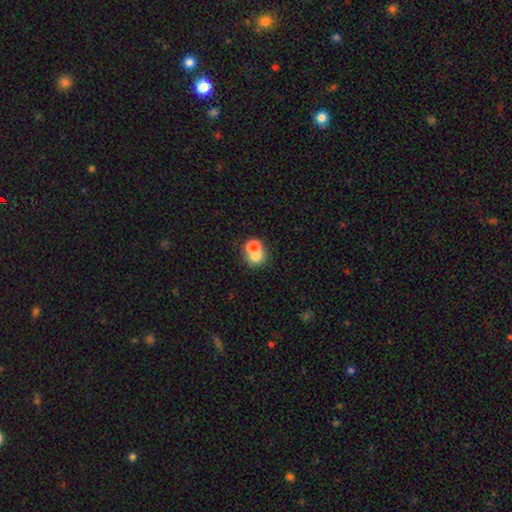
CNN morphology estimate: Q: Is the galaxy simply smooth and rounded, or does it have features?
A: smooth — 69%.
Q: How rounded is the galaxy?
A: round — 74%.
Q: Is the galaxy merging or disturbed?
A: merger — 59%.